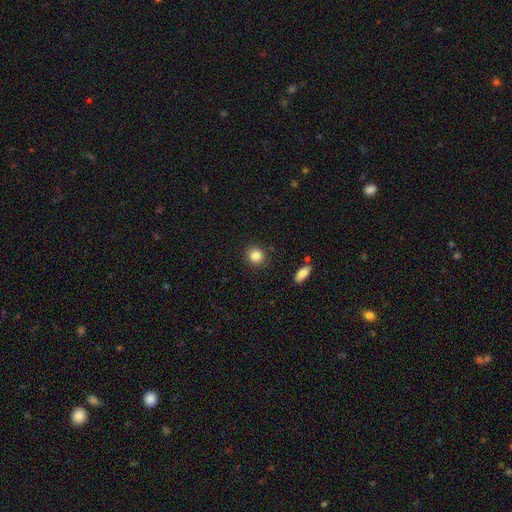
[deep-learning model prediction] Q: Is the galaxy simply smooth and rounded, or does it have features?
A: smooth — 85%.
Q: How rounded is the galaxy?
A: round — 84%.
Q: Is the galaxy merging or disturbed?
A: none — 90%.